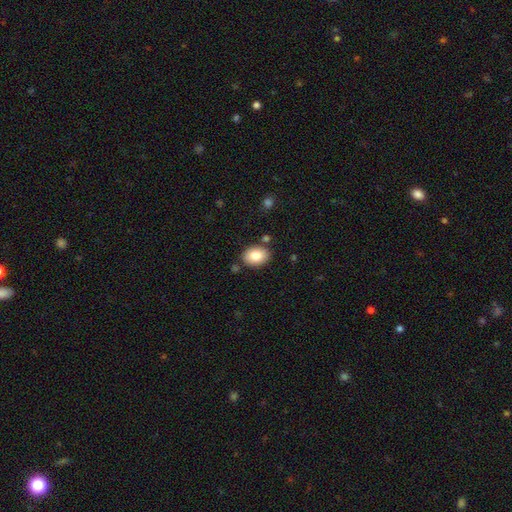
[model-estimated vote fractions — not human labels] Q: Smooth or featured?
A: smooth (83%); runner-up: featured or disk (9%)
Q: How rounded?
A: in between (72%); runner-up: round (27%)
Q: Merging?
A: none (82%); runner-up: minor disturbance (11%)